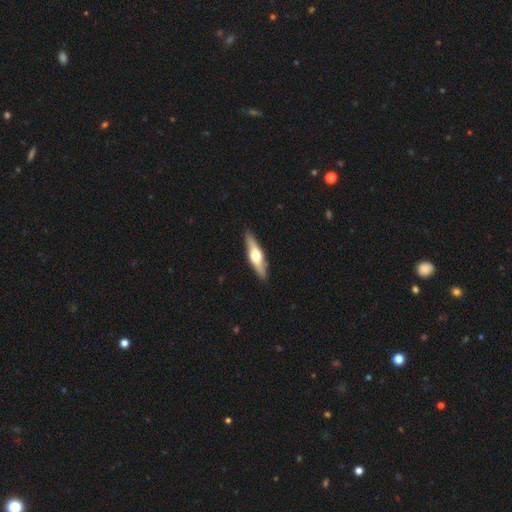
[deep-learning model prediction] Smooth or featured?
  - featured or disk: 59% *
  - smooth: 36%
  - star or artifact: 5%
Edge-on disk?
  - yes: 92% *
  - no: 8%
Edge-on bulge?
  - rounded: 94% *
  - boxy: 4%
  - none: 2%
Merging?
  - none: 89% *
  - minor disturbance: 8%
  - major disturbance: 2%
  - merger: 1%